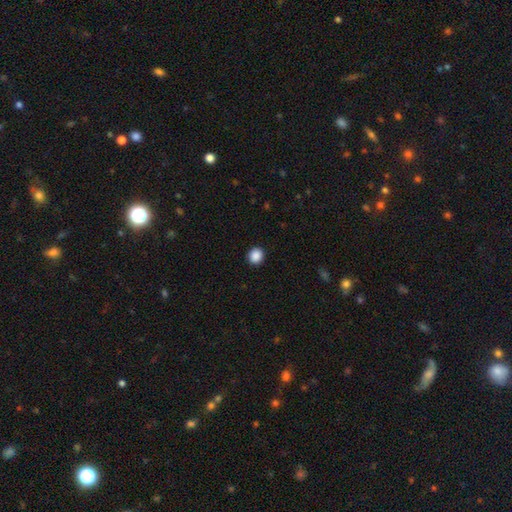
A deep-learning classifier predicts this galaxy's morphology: A smooth galaxy with no disk features (89%) that is round (85%). Merging: none (92%).